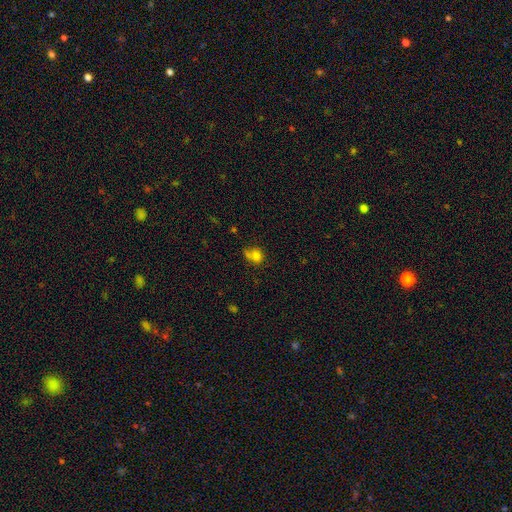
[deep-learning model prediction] The model was most divided on "merging": none: 46%, minor disturbance: 24%, merger: 18%, major disturbance: 13%. More confident: smooth or featured — smooth (77%); how rounded — round (69%).